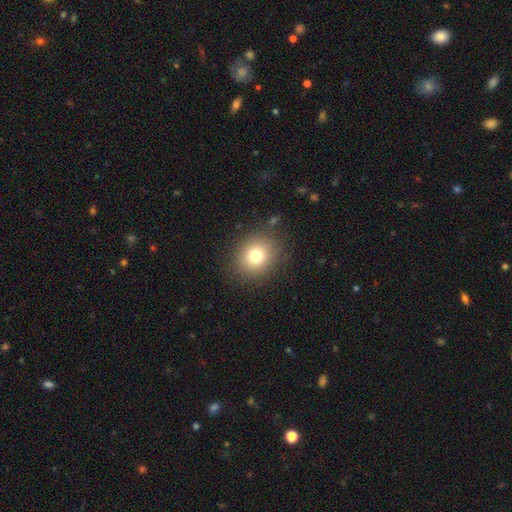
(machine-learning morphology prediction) The model was most divided on "how rounded": round: 75%, in between: 24%, cigar-shaped: 1%. More confident: merging — none (85%); smooth or featured — smooth (77%).